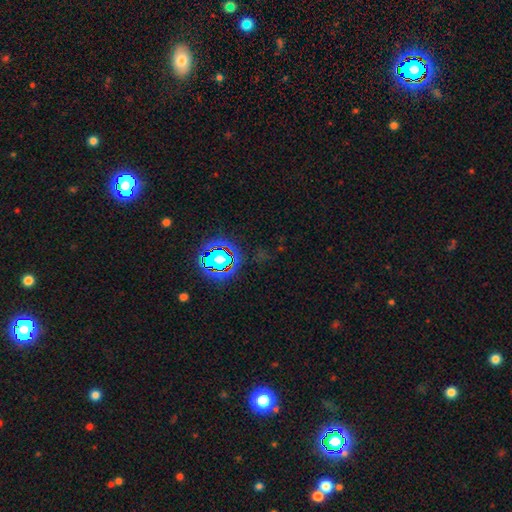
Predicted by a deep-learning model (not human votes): Overall: star or artifact (80%).